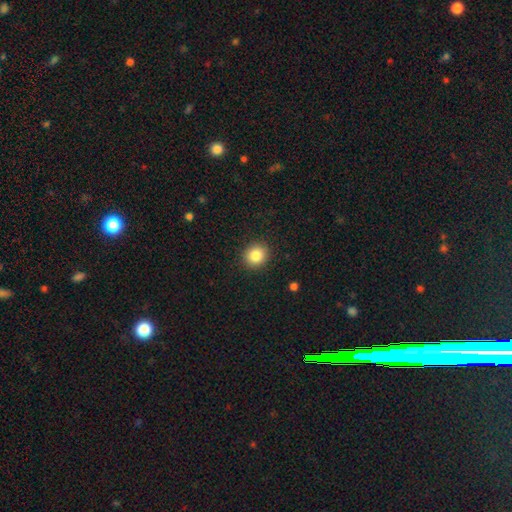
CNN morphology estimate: A smooth galaxy with no disk features (84%) that is round (81%).

Vote fractions:
- Smooth or featured? smooth: 84% / star or artifact: 10% / featured or disk: 6%
- How rounded? round: 81% / in between: 18% / cigar-shaped: 1%
- Merging? none: 90% / minor disturbance: 7% / major disturbance: 2% / merger: 1%